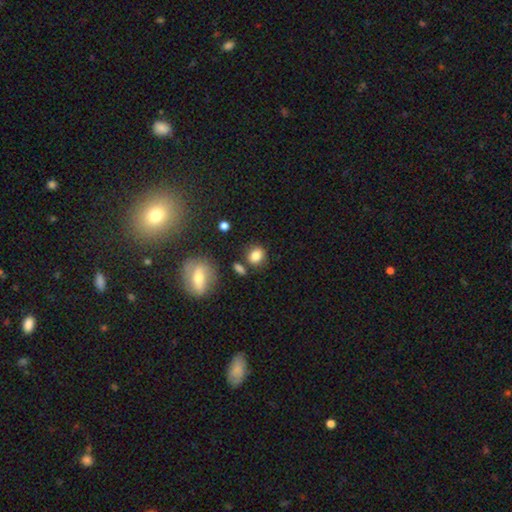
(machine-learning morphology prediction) The model was most divided on "how rounded": round: 57%, in between: 41%, cigar-shaped: 2%. More confident: smooth or featured — smooth (82%); merging — none (72%).